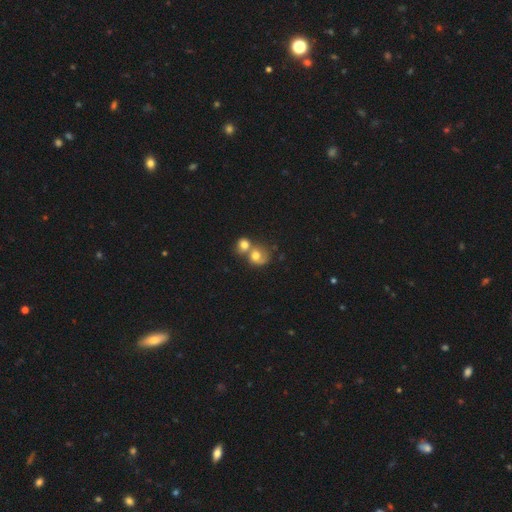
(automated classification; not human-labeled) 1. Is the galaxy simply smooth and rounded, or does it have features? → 67% smooth, 22% featured or disk, 10% star or artifact.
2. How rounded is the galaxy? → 71% round, 28% in between, 1% cigar-shaped.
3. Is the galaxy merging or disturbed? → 66% merger, 22% none, 7% minor disturbance, 5% major disturbance.